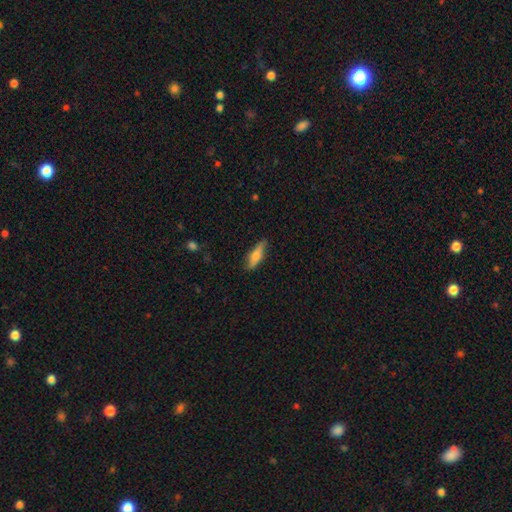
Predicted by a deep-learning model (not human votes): smooth_or_featured: smooth (p=0.64) [alt: featured or disk p=0.30]
how_rounded: cigar-shaped (p=0.60) [alt: in between p=0.38]
merging: none (p=0.80) [alt: minor disturbance p=0.16]